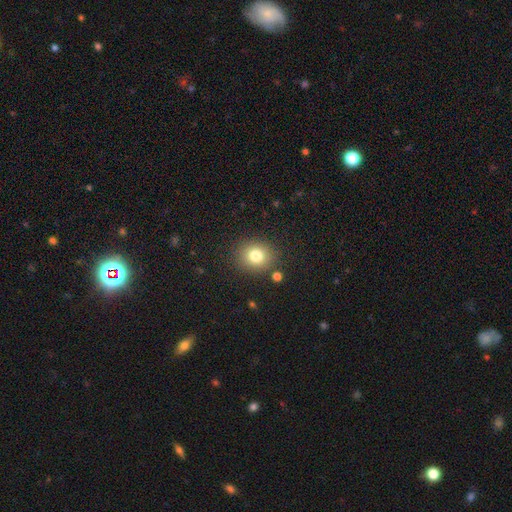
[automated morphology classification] The model was most divided on "how rounded": round: 75%, in between: 24%, cigar-shaped: 1%. More confident: merging — none (85%); smooth or featured — smooth (80%).